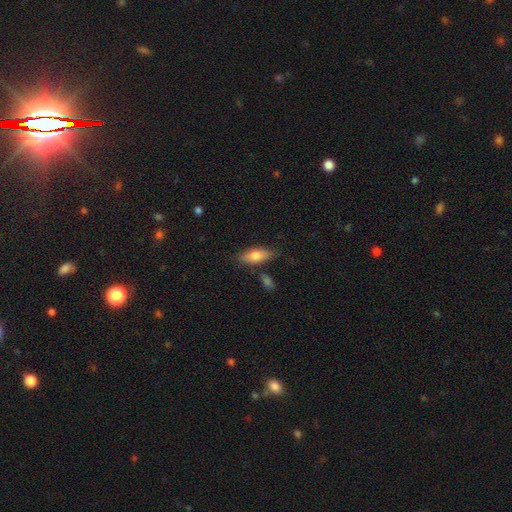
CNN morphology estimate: smooth 73%, featured or disk 20%, star or artifact 6%. Down the decision tree: how rounded — in between (71%); merging — none (74%).